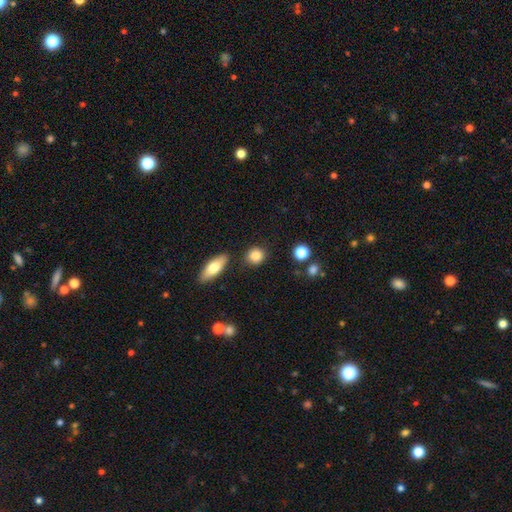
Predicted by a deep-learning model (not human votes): smooth-or-featured: smooth: 85% | star or artifact: 8% | featured or disk: 6%
  how-rounded: round: 76% | in between: 22% | cigar-shaped: 2%
  merging: none: 82% | minor disturbance: 10% | merger: 5% | major disturbance: 3%